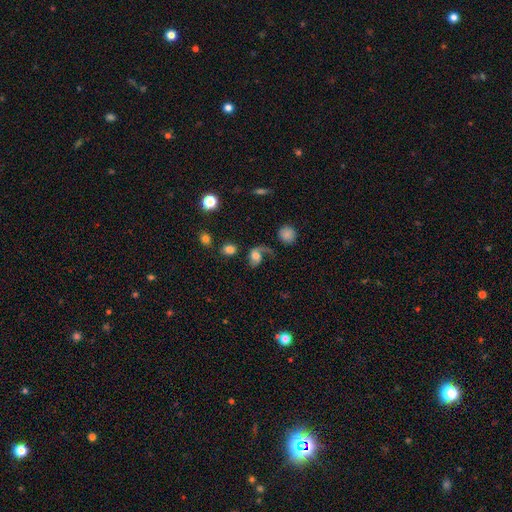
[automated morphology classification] featured or disk 57%, smooth 33%, star or artifact 10%. Down the decision tree: edge-on disk — no (97%); bar — no (67%); spiral arms — yes (87%); bulge size — moderate (51%); merging — none (38%).